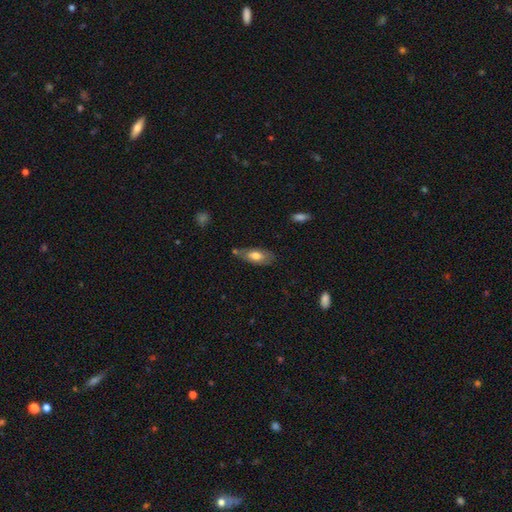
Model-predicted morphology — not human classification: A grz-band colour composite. It shows a smooth galaxy with no disk features (65%) that is in between round and cigar-shaped (82%). Merging: none (61%).